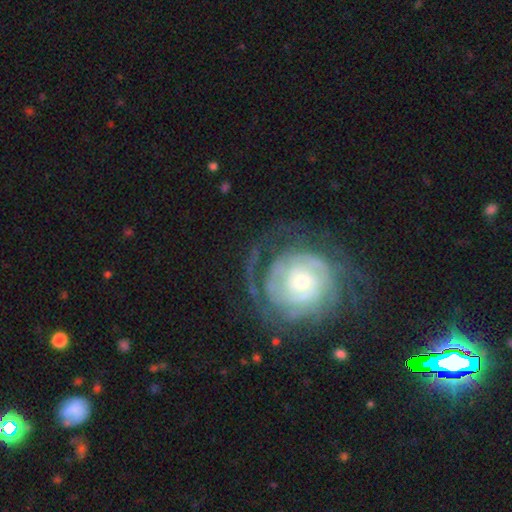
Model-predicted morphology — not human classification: featured or disk 77%, star or artifact 12%, smooth 11%. Down the decision tree: edge-on disk — no (97%); bar — no (74%); spiral arms — yes (93%); spiral arm count — can't tell (35%); spiral winding — tight (77%); bulge size — small (47%); merging — none (73%).